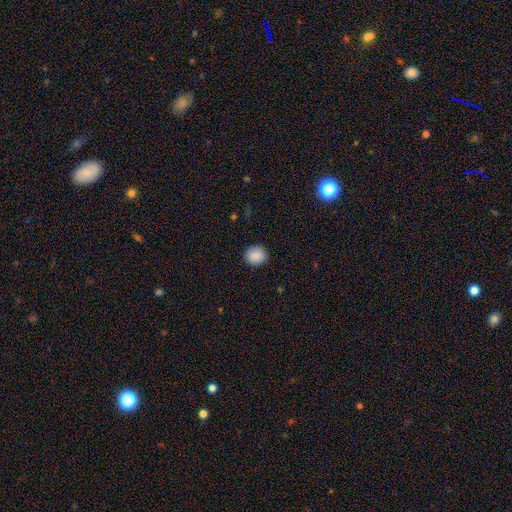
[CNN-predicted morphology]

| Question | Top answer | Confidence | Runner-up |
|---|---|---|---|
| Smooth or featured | smooth | 89% | star or artifact (8%) |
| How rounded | round | 84% | in between (15%) |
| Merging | none | 91% | minor disturbance (6%) |